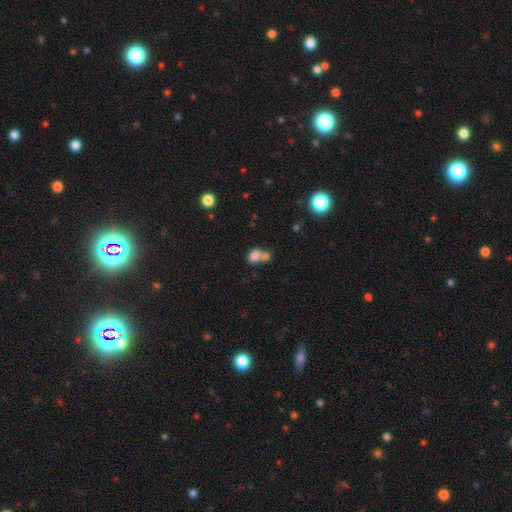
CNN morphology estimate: A smooth galaxy with no disk features (78%) that is in between round and cigar-shaped (67%). Merging: merger (62%).